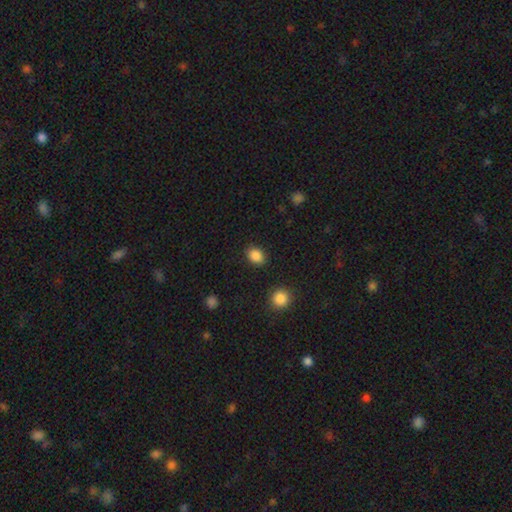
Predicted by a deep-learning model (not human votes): Morphology: type=smooth (87%); roundness=in between (62%); merging=none (87%).